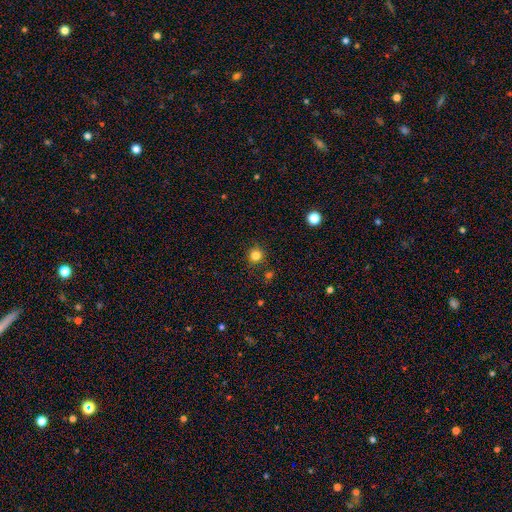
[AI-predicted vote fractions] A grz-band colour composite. It shows a smooth galaxy with no disk features (82%) that is round (94%). Merging: none (88%).